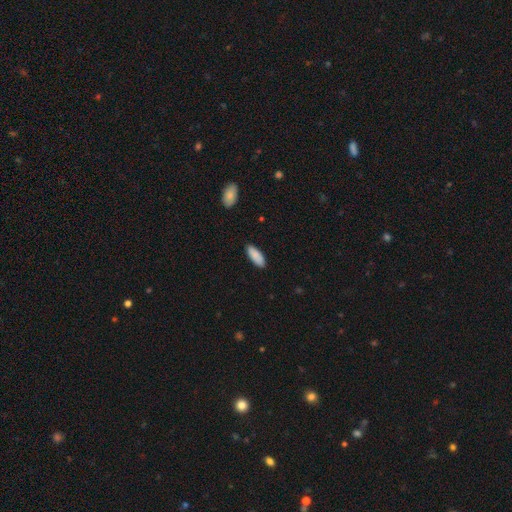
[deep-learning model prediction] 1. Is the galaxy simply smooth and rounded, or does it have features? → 89% smooth, 6% featured or disk, 6% star or artifact.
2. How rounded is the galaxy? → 76% in between, 22% cigar-shaped, 2% round.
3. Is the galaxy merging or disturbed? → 87% none, 10% minor disturbance, 2% major disturbance, 1% merger.